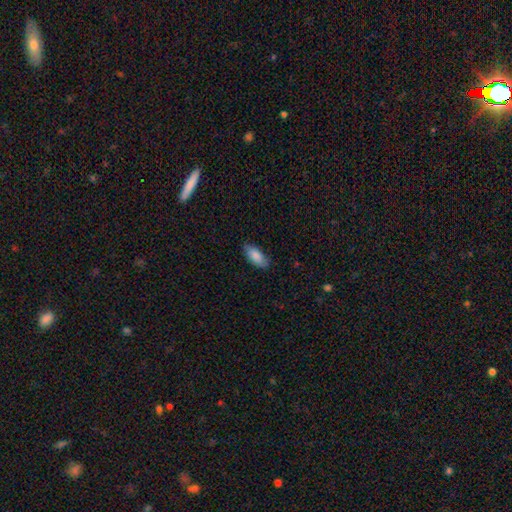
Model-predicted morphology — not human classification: The model was most divided on "merging": none: 82%, minor disturbance: 14%, major disturbance: 2%, merger: 1%. More confident: how rounded — in between (87%); smooth or featured — smooth (87%).